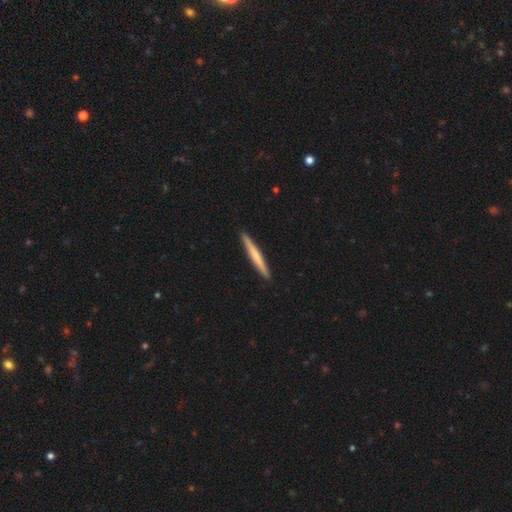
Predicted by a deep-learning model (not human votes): Morphology: type=smooth (55%); roundness=cigar-shaped (97%); merging=none (93%).